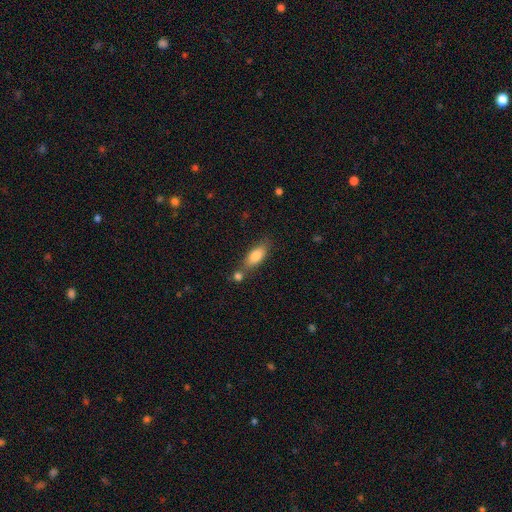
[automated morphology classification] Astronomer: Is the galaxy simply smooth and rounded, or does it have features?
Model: smooth — 81%.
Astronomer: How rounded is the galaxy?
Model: in between — 77%.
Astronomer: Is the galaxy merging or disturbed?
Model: none — 58%.